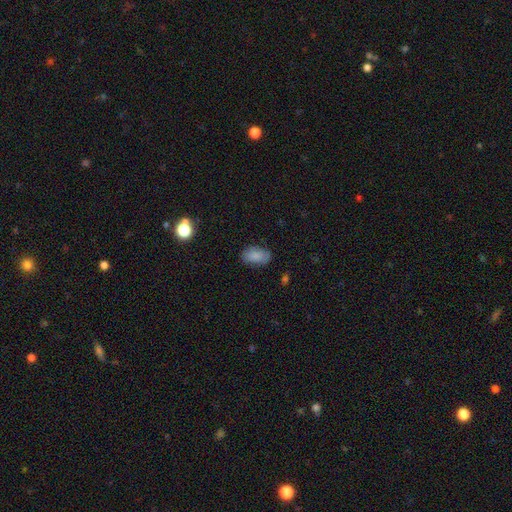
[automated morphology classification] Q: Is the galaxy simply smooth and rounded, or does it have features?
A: smooth — 82%.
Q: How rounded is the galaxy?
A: in between — 92%.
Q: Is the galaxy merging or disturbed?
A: none — 76%.